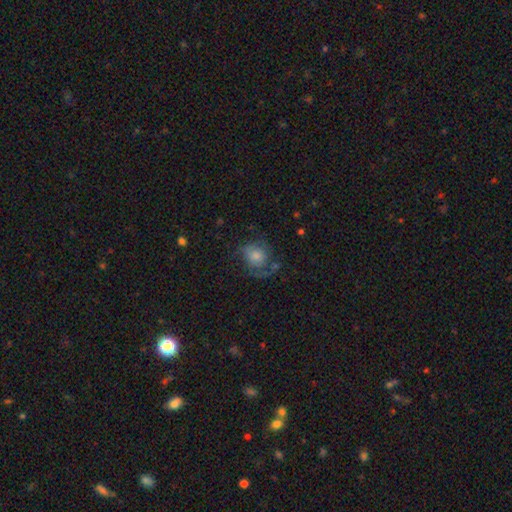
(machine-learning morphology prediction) smooth-or-featured: featured or disk: 47% | smooth: 42% | star or artifact: 12%
  merging: none: 48% | major disturbance: 27% | minor disturbance: 22% | merger: 4%